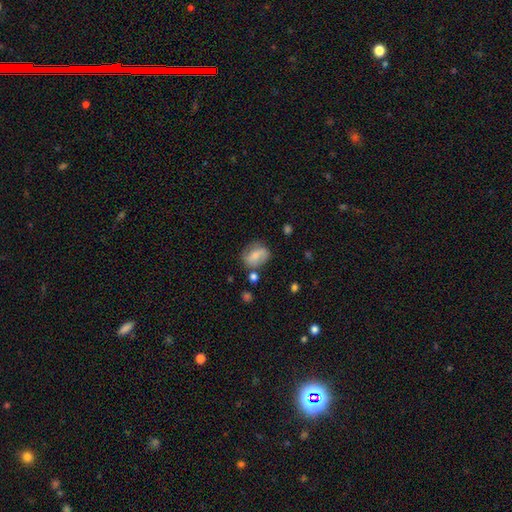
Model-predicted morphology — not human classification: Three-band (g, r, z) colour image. It shows a smooth galaxy with no disk features (60%) that is in between round and cigar-shaped (59%). Merging: none (60%).